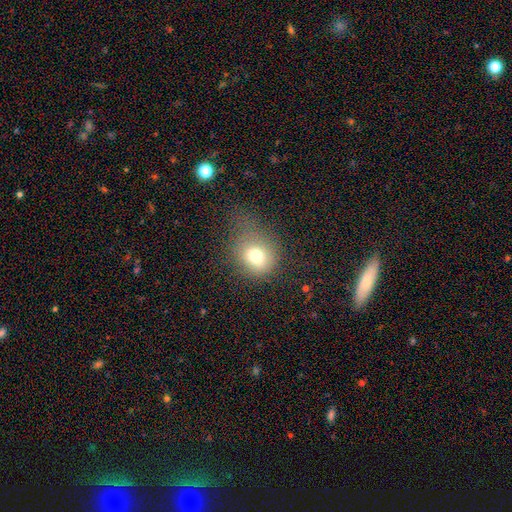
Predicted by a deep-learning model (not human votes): Morphology: type=smooth (74%); roundness=round (74%); merging=none (51%).